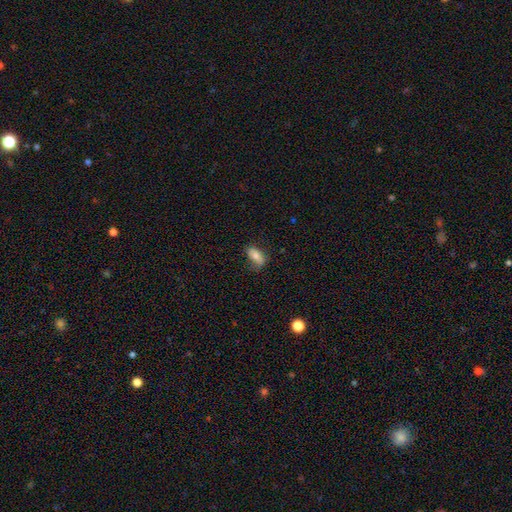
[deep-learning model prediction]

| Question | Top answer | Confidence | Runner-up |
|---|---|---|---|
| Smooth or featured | smooth | 76% | featured or disk (16%) |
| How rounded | in between | 86% | cigar-shaped (9%) |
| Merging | none | 66% | minor disturbance (26%) |